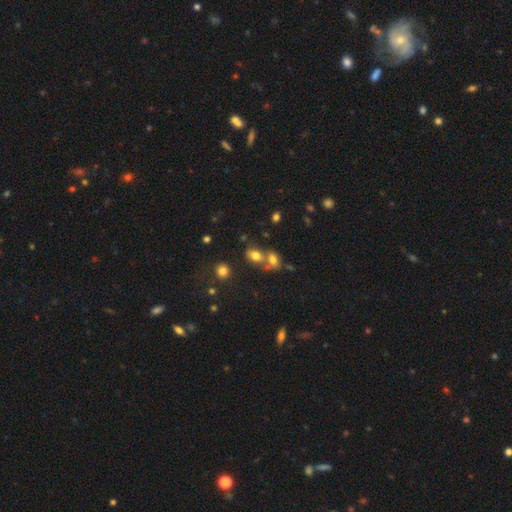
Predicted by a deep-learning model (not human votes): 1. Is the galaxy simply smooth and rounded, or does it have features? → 73% smooth, 15% star or artifact, 12% featured or disk.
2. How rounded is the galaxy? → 73% in between, 25% round, 2% cigar-shaped.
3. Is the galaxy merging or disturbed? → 47% merger, 39% none, 10% minor disturbance, 5% major disturbance.